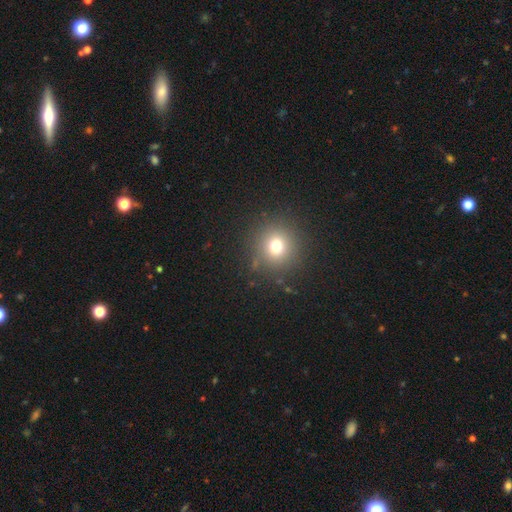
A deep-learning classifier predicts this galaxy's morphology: Smooth or featured? Predicted: smooth (p=0.57). How rounded? Predicted: round (p=0.94). Merging? Predicted: none (p=0.89).